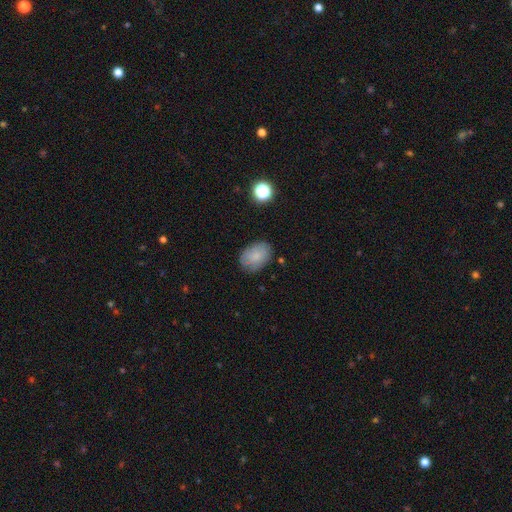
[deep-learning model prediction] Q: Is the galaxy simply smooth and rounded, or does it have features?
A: smooth — 78%.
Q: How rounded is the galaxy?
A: in between — 80%.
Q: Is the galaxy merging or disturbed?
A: none — 79%.